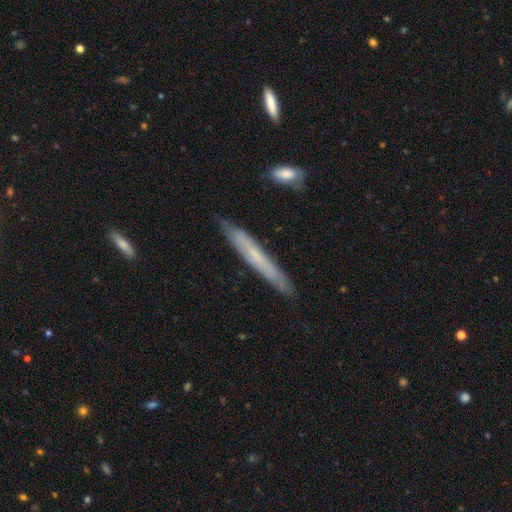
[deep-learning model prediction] Smooth or featured? Predicted: featured or disk (p=0.48). Merging? Predicted: none (p=0.83).